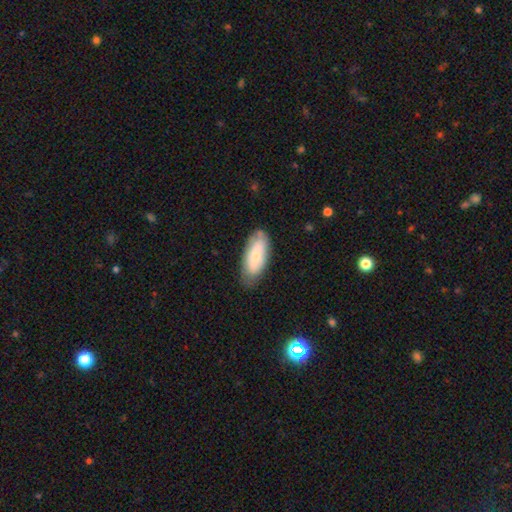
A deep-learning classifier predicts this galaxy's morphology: This is likely a smooth galaxy (68%). How rounded: clearly in between (86%). Merging: likely none (74%).